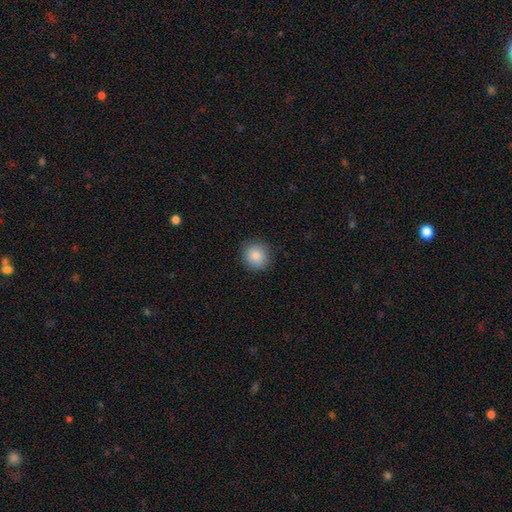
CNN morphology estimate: A smooth galaxy with no disk features (85%) that is round (90%). Merging: none (89%).